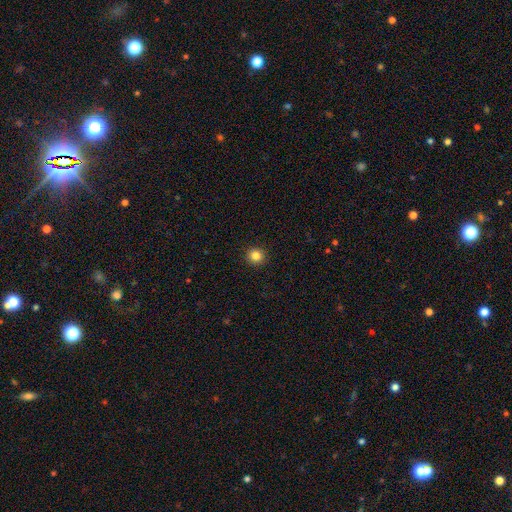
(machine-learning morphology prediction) This is clearly a smooth galaxy (84%). How rounded: clearly round (93%). Merging: clearly none (93%).